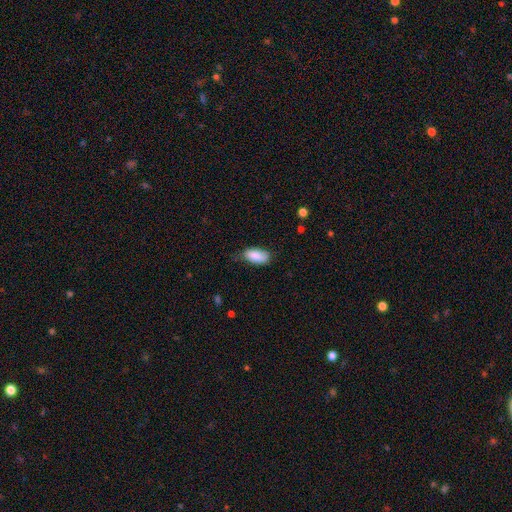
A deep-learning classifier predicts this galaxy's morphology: This appears to be a smooth galaxy with no disk features (85%) that is in between round and cigar-shaped (92%). Merging: none (58%).